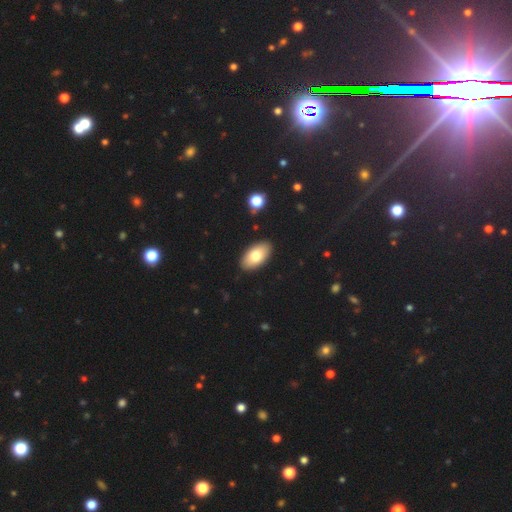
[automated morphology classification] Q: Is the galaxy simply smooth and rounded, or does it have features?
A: smooth — 77%.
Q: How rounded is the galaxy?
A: in between — 95%.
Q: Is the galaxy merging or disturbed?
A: none — 89%.